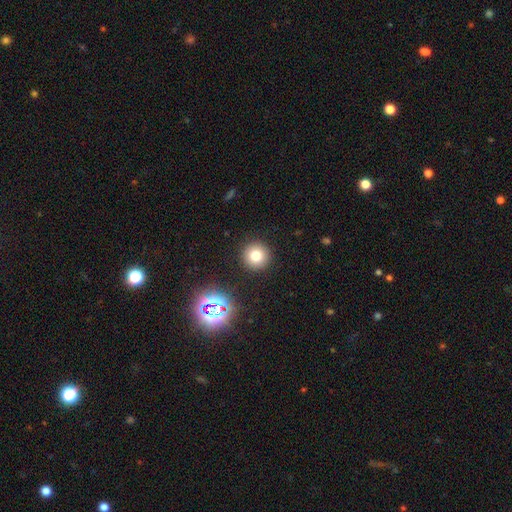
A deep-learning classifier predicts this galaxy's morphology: The model was most divided on "smooth or featured": smooth: 78%, star or artifact: 15%, featured or disk: 7%. More confident: how rounded — round (95%); merging — none (91%).